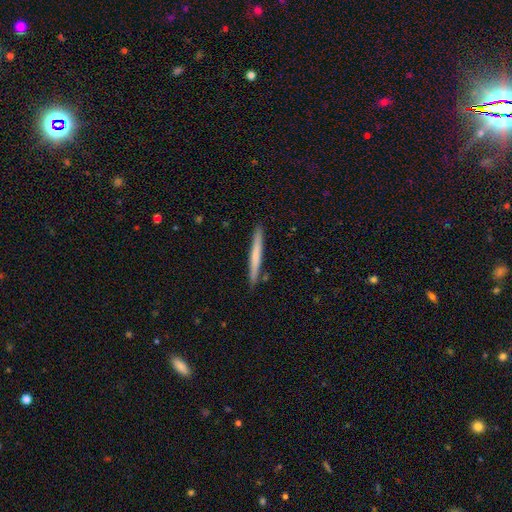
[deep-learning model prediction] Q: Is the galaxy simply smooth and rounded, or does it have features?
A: smooth — 61%.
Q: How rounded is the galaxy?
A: cigar-shaped — 97%.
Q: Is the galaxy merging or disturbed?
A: none — 91%.